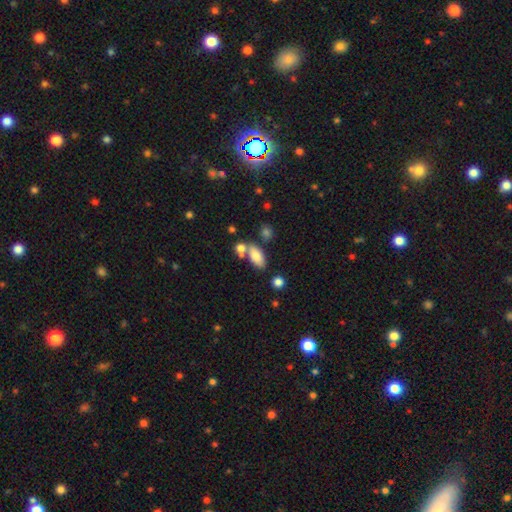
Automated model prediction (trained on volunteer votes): A smooth galaxy with no disk features (80%) that is in between round and cigar-shaped (86%).

Vote fractions:
- Smooth or featured? smooth: 80% / featured or disk: 12% / star or artifact: 9%
- How rounded? in between: 86% / cigar-shaped: 9% / round: 5%
- Merging? none: 56% / merger: 26% / minor disturbance: 13% / major disturbance: 5%